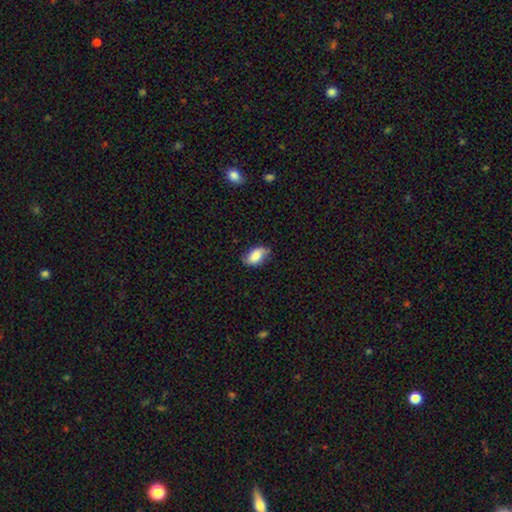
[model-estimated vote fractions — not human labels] Smooth or featured? smooth (78%)
How rounded? in between (91%)
Merging? none (69%)